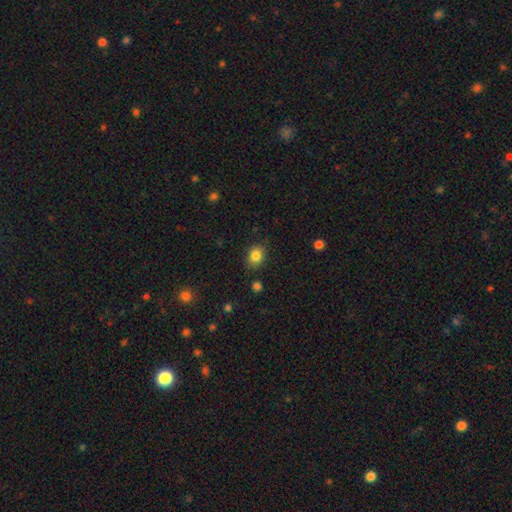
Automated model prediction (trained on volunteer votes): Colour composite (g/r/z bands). It shows a smooth galaxy with no disk features (84%) that is round (52%). Merging: none (83%).